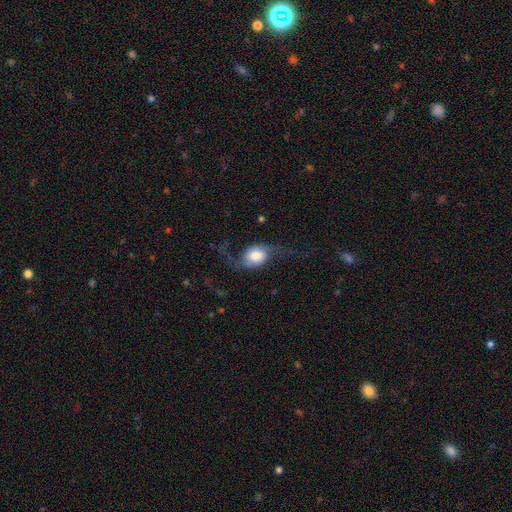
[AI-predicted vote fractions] smooth_or_featured: featured or disk (p=0.61) [alt: smooth p=0.32]
disk_edge_on: no (p=0.90) [alt: yes p=0.10]
bar: no (p=0.66) [alt: weak p=0.26]
has_spiral_arms: yes (p=0.88) [alt: no p=0.12]
bulge_size: large (p=0.38) [alt: moderate p=0.30]
merging: none (p=0.53) [alt: major disturbance p=0.26]